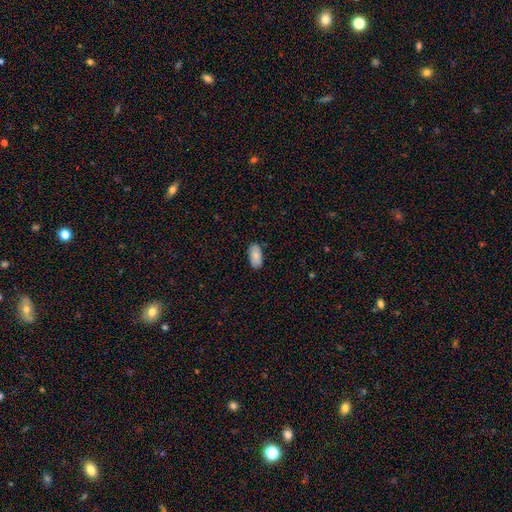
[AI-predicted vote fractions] smooth-or-featured: smooth: 84% | featured or disk: 9% | star or artifact: 7%
  how-rounded: in between: 95% | round: 3% | cigar-shaped: 2%
  merging: none: 84% | minor disturbance: 13% | major disturbance: 2% | merger: 1%